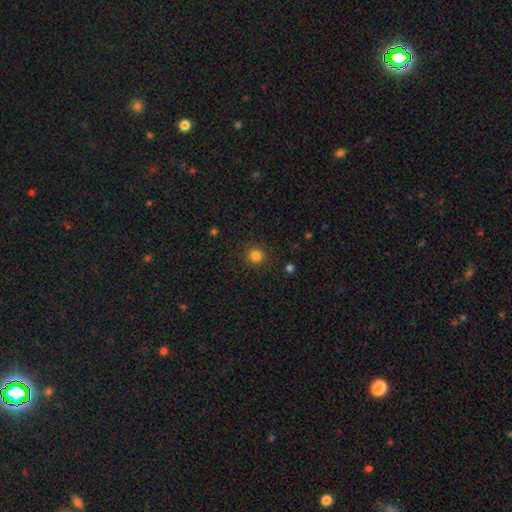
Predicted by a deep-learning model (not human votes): Morphology: type=smooth (83%); roundness=round (92%); merging=none (90%).